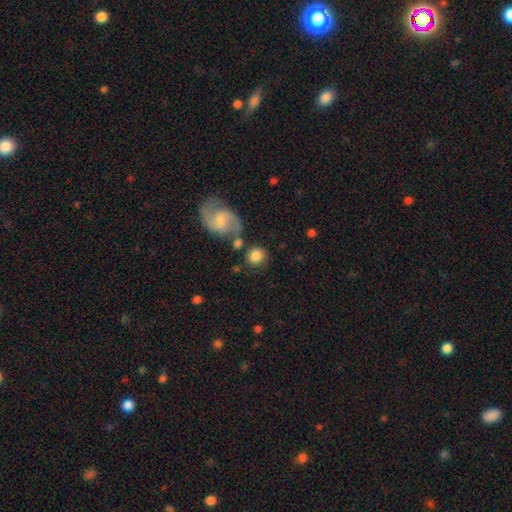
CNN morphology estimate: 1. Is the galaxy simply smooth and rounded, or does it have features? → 79% smooth, 13% featured or disk, 7% star or artifact.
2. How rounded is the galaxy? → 85% round, 14% in between, 1% cigar-shaped.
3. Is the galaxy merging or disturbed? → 71% none, 13% merger, 11% minor disturbance, 5% major disturbance.